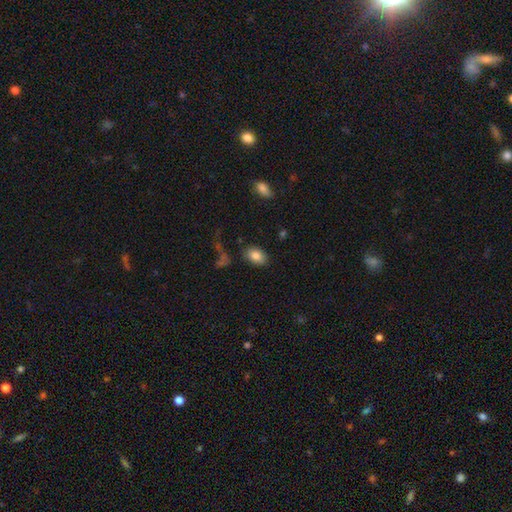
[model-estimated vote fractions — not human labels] A smooth galaxy with no disk features (83%) that is in between round and cigar-shaped (88%).

Vote fractions:
- Smooth or featured? smooth: 83% / featured or disk: 8% / star or artifact: 8%
- How rounded? in between: 88% / round: 11% / cigar-shaped: 1%
- Merging? none: 83% / minor disturbance: 11% / major disturbance: 4% / merger: 2%